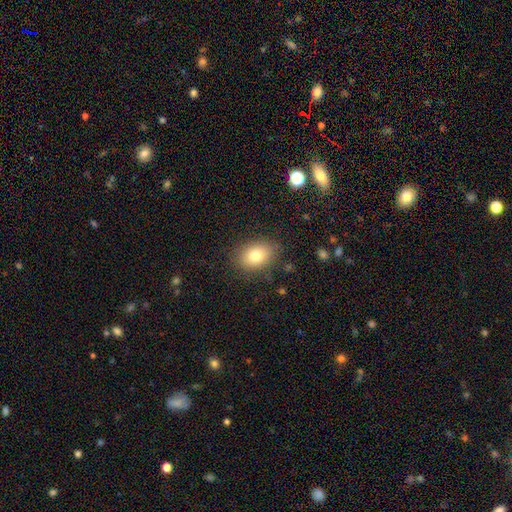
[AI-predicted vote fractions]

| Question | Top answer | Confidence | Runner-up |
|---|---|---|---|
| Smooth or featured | smooth | 79% | featured or disk (12%) |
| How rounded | in between | 74% | round (25%) |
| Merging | none | 84% | minor disturbance (11%) |